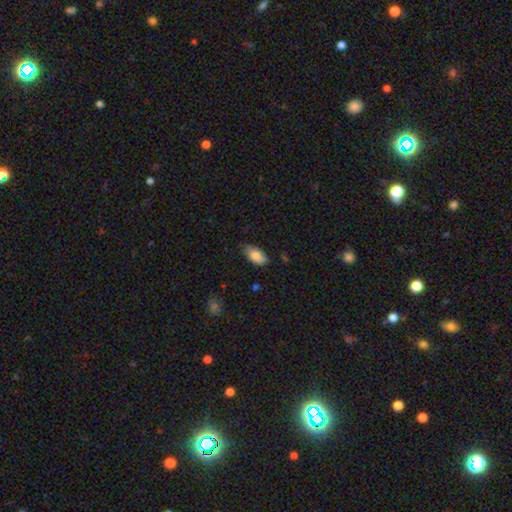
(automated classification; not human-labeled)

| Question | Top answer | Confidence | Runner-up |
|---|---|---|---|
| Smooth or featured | smooth | 82% | featured or disk (12%) |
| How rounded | in between | 93% | cigar-shaped (4%) |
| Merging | none | 64% | minor disturbance (30%) |